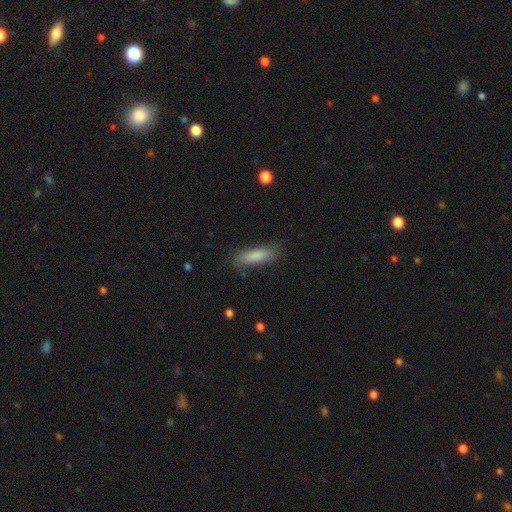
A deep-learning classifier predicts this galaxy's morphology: This is clearly a smooth galaxy (84%). How rounded: likely cigar-shaped (61%). Merging: clearly none (83%).